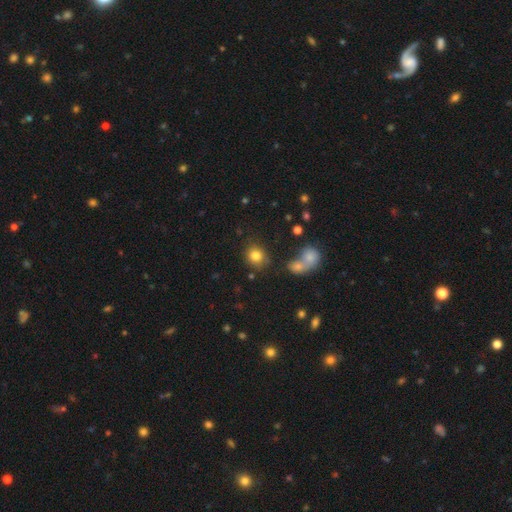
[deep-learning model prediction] smooth_or_featured: smooth (p=0.82) [alt: star or artifact p=0.11]
how_rounded: round (p=0.78) [alt: in between p=0.21]
merging: none (p=0.75) [alt: minor disturbance p=0.11]